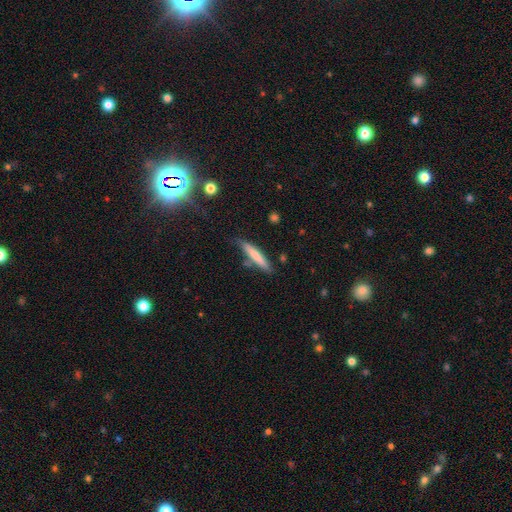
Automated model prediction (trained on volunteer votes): This appears to be a smooth galaxy with no disk features (70%) that is cigar-shaped (91%). Merging: none (72%).